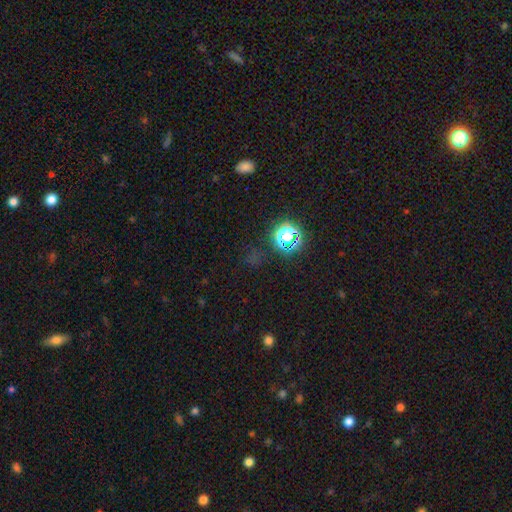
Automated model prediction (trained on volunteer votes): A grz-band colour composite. It shows a star or artifact, not a galaxy (70%).